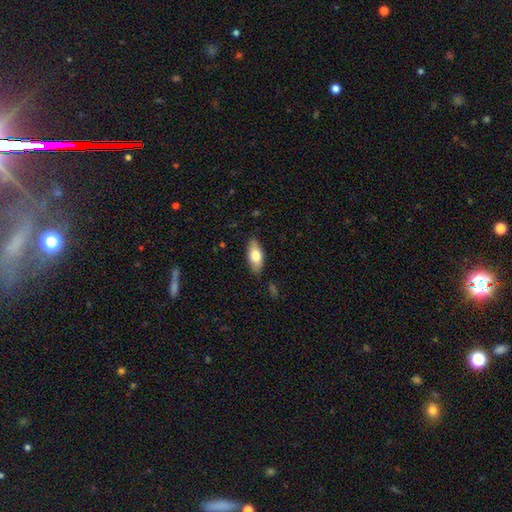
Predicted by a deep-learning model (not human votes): smooth_or_featured: smooth (p=0.75) [alt: featured or disk p=0.19]
how_rounded: in between (p=0.85) [alt: cigar-shaped p=0.12]
merging: none (p=0.85) [alt: minor disturbance p=0.12]